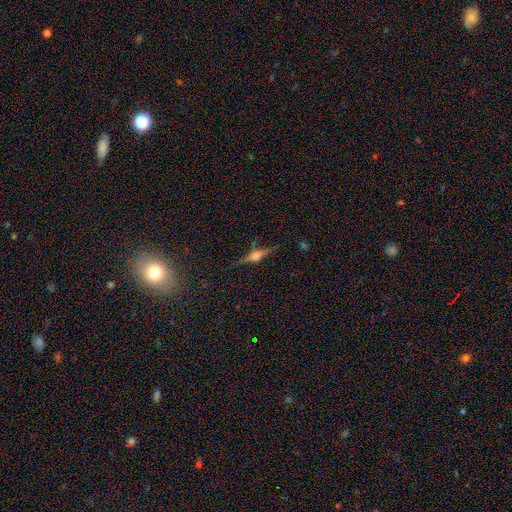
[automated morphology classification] Overall: featured or disk (73%). Edge-on disk: yes (97%). Edge-on bulge: rounded (85%). Merging: none (84%).